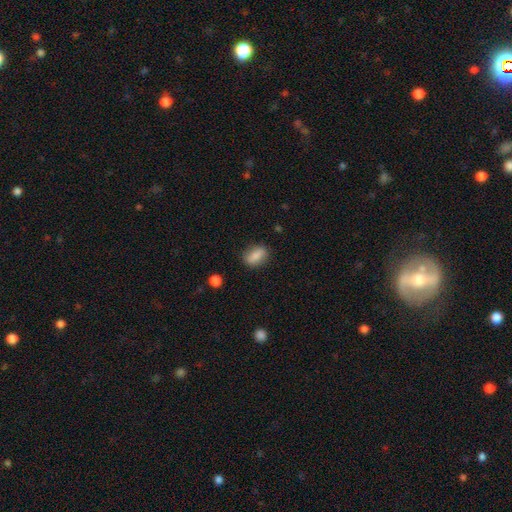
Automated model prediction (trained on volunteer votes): A smooth galaxy with no disk features (83%) that is in between round and cigar-shaped (81%). Merging: none (83%).